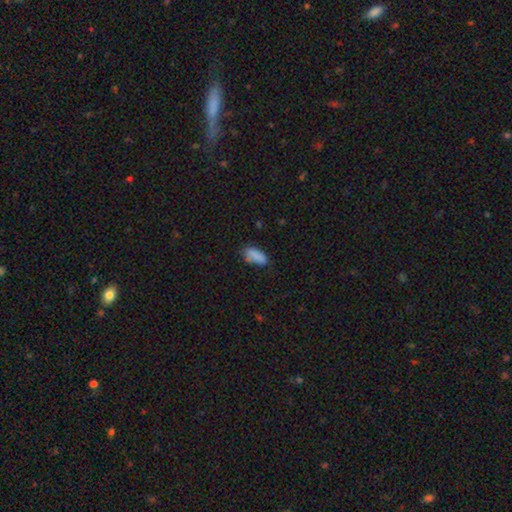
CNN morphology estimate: Smooth or featured?
  - smooth: 84% *
  - star or artifact: 9%
  - featured or disk: 7%
How rounded?
  - in between: 82% *
  - cigar-shaped: 16%
  - round: 3%
Merging?
  - none: 67% *
  - minor disturbance: 23%
  - major disturbance: 6%
  - merger: 5%